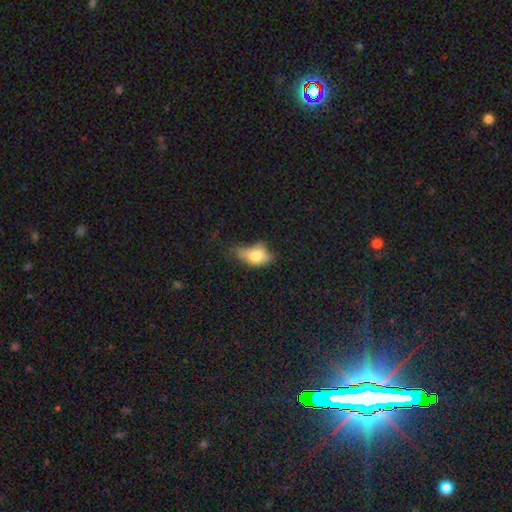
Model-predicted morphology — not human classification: This is likely a smooth galaxy (72%). How rounded: clearly in between (87%). Merging: marginally minor disturbance (37%).